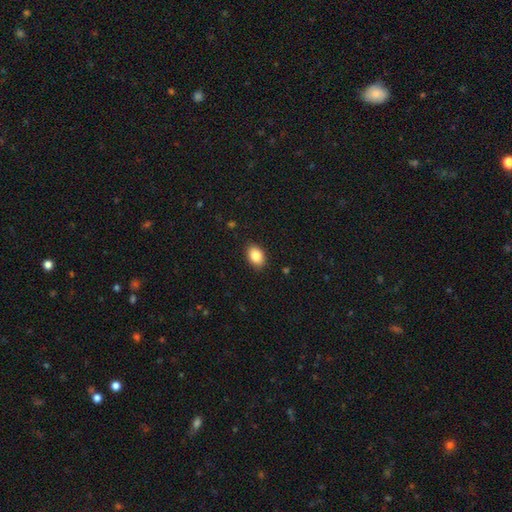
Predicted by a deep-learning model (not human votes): Overall: smooth (86%). How rounded: in between (84%). Merging: none (88%).